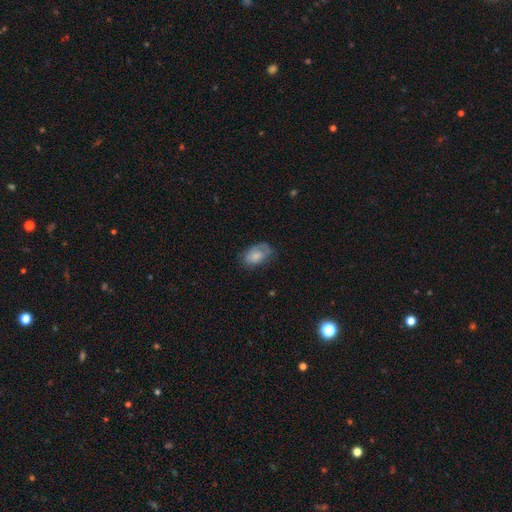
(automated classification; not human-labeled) Q: Smooth or featured?
A: smooth (66%); runner-up: featured or disk (26%)
Q: How rounded?
A: in between (89%); runner-up: round (9%)
Q: Merging?
A: none (58%); runner-up: minor disturbance (28%)